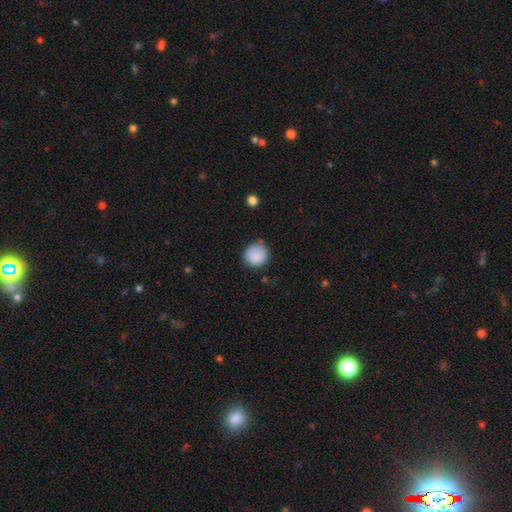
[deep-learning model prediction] Smooth or featured?
  - smooth: 87% *
  - star or artifact: 8%
  - featured or disk: 6%
How rounded?
  - round: 88% *
  - in between: 11%
  - cigar-shaped: 1%
Merging?
  - none: 75% *
  - minor disturbance: 19%
  - major disturbance: 4%
  - merger: 2%